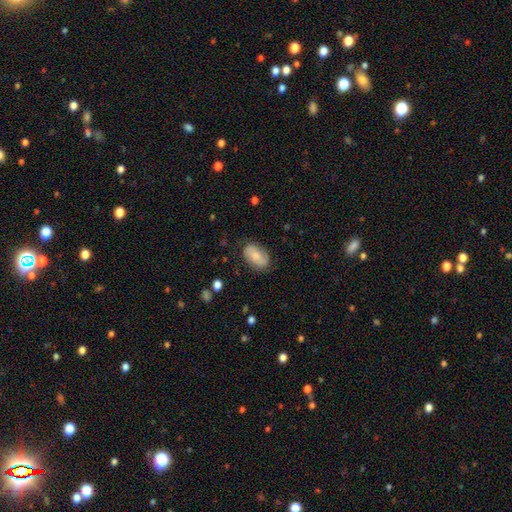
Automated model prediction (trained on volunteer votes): Overall: smooth (64%; featured or disk 29%). How rounded: in between (91%). Merging: none (77%).